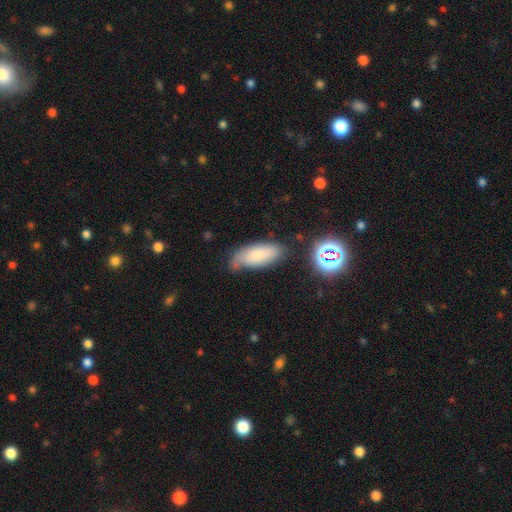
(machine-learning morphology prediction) smooth 66%, featured or disk 21%, star or artifact 13%. Down the decision tree: how rounded — in between (79%); merging — none (56%).